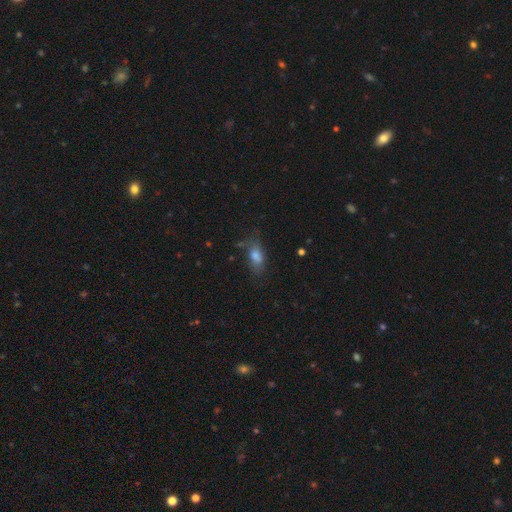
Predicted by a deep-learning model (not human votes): Q: Smooth or featured?
A: smooth (72%); runner-up: featured or disk (15%)
Q: How rounded?
A: in between (79%); runner-up: cigar-shaped (13%)
Q: Merging?
A: none (60%); runner-up: minor disturbance (24%)